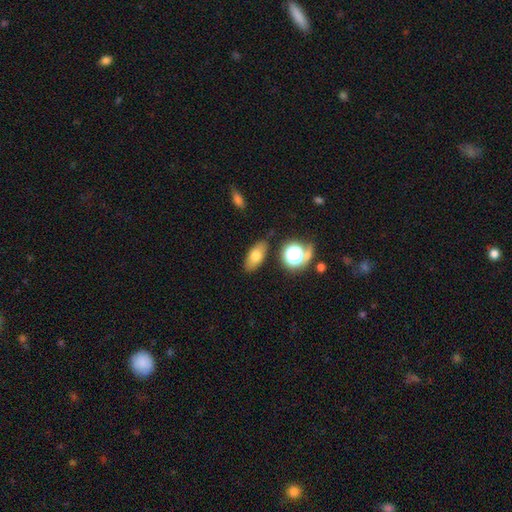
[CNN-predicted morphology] Smooth or featured: smooth — 70% (featured or disk — 18%)
How rounded: in between — 83% (round — 10%)
Merging: none — 82% (minor disturbance — 11%)